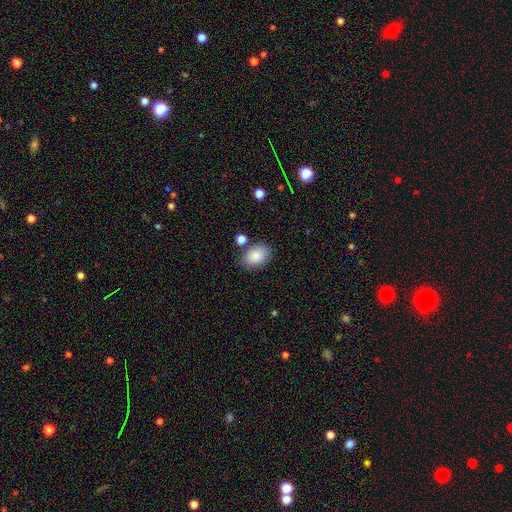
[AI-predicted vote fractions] Overall: smooth (87%). How rounded: in between (83%). Merging: none (76%).